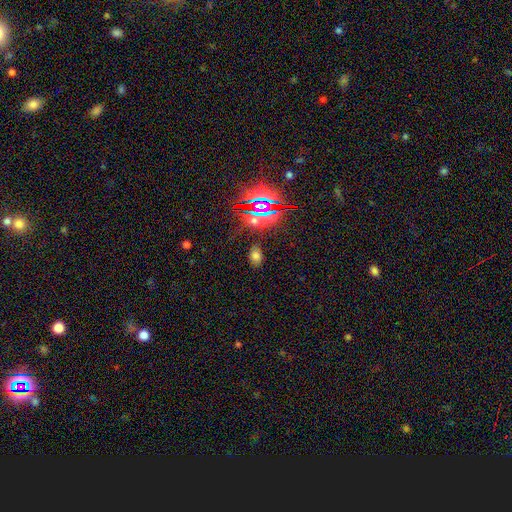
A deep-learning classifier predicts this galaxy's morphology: Smooth or featured: smooth — 59% (star or artifact — 32%)
How rounded: in between — 82% (round — 16%)
Merging: none — 82% (minor disturbance — 12%)